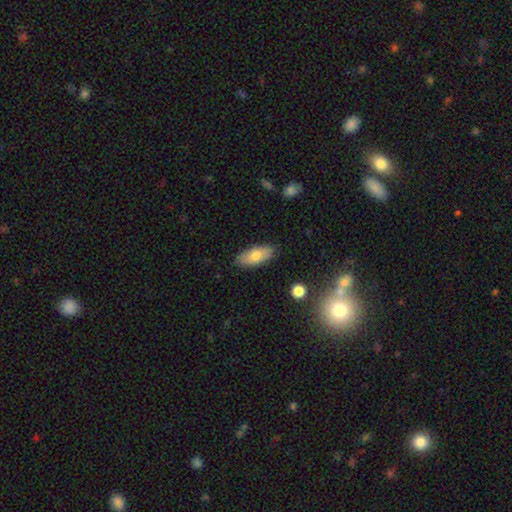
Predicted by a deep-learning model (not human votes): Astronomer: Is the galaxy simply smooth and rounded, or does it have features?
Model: smooth — 75%.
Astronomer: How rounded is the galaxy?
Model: in between — 86%.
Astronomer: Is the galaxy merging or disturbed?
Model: none — 85%.